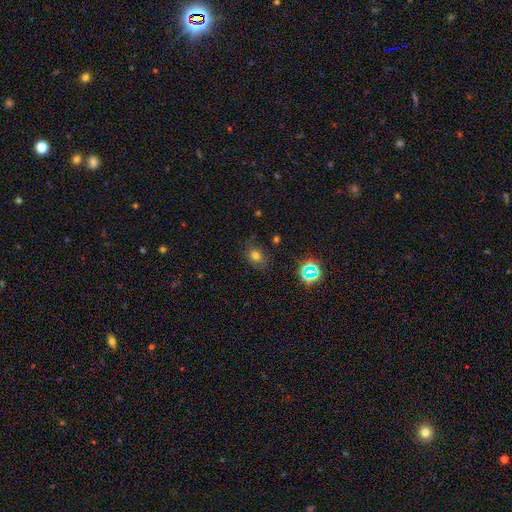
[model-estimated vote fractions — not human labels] Q: Smooth or featured?
A: smooth (69%); runner-up: star or artifact (22%)
Q: How rounded?
A: in between (54%); runner-up: round (45%)
Q: Merging?
A: none (76%); runner-up: minor disturbance (16%)